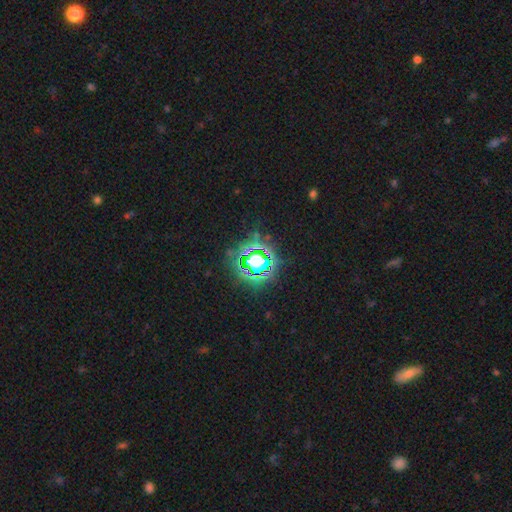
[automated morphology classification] The model was most divided on "smooth or featured": star or artifact: 78%, smooth: 14%, featured or disk: 8%.